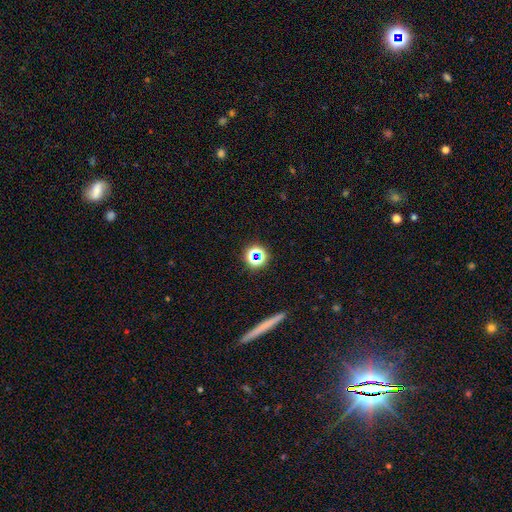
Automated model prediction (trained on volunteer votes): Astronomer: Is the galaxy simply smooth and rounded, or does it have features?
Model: star or artifact — 53% (runner-up: smooth, 35%).